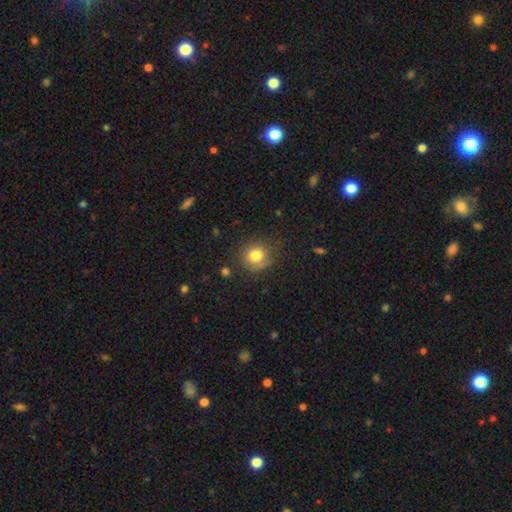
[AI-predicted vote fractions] Smooth or featured?
  - smooth: 81% *
  - star or artifact: 11%
  - featured or disk: 8%
How rounded?
  - round: 87% *
  - in between: 12%
  - cigar-shaped: 1%
Merging?
  - none: 78% *
  - minor disturbance: 15%
  - major disturbance: 5%
  - merger: 2%